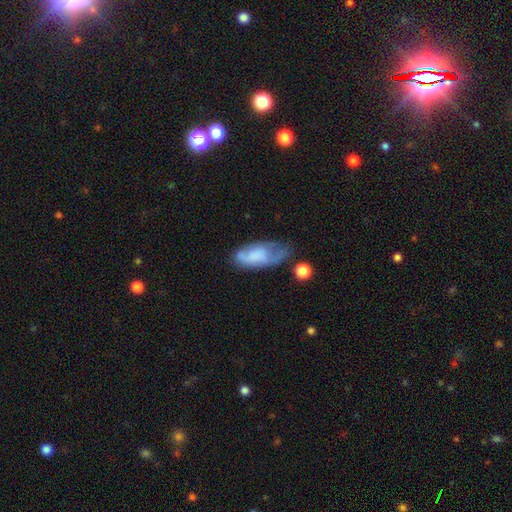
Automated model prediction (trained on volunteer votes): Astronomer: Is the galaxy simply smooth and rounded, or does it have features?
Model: smooth — 49% (runner-up: featured or disk, 43%).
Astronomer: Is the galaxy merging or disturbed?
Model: none — 39% (runner-up: minor disturbance, 32%).